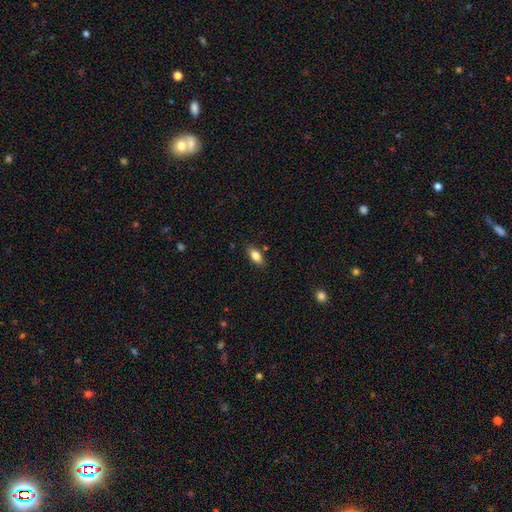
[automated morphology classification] Smooth or featured: smooth — 81% (featured or disk — 11%)
How rounded: in between — 88% (cigar-shaped — 8%)
Merging: none — 82% (minor disturbance — 12%)